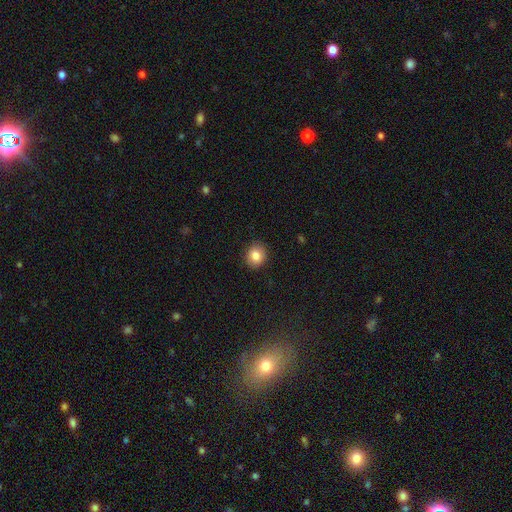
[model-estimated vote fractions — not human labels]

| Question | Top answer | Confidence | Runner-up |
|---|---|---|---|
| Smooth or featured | smooth | 84% | star or artifact (9%) |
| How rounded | round | 74% | in between (25%) |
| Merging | none | 89% | minor disturbance (8%) |